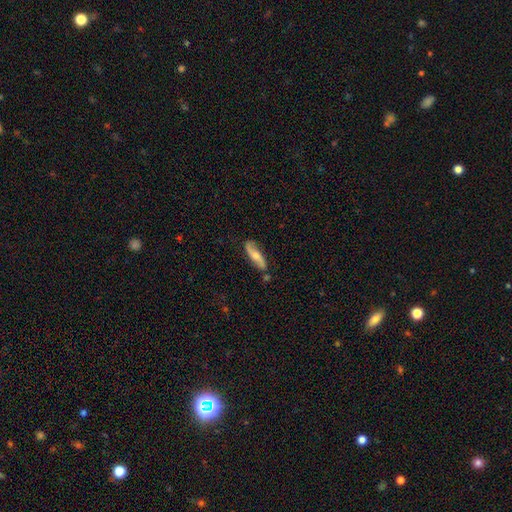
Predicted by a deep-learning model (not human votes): A featured or disk galaxy (53%). Merging: none (74%).